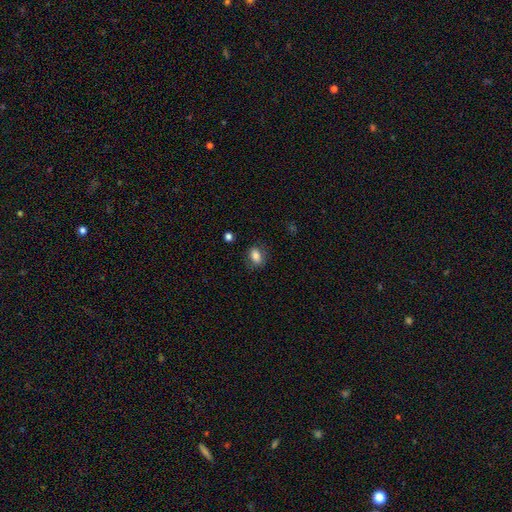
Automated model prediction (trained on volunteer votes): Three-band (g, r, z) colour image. It shows a smooth galaxy with no disk features (82%) that is in between round and cigar-shaped (78%). Merging: none (79%).